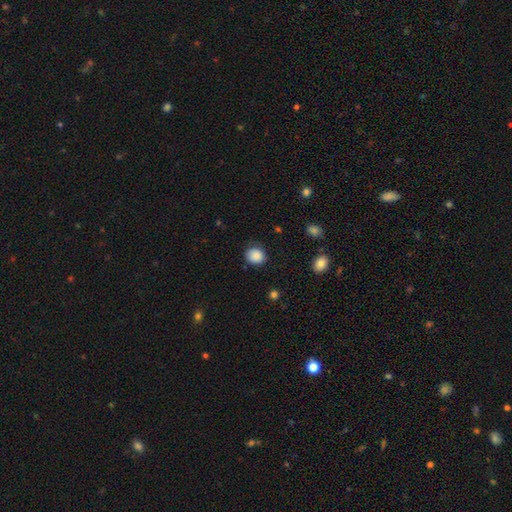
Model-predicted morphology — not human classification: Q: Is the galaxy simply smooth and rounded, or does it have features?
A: smooth — 87%.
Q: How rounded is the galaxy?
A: round — 74%.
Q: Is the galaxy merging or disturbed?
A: none — 83%.